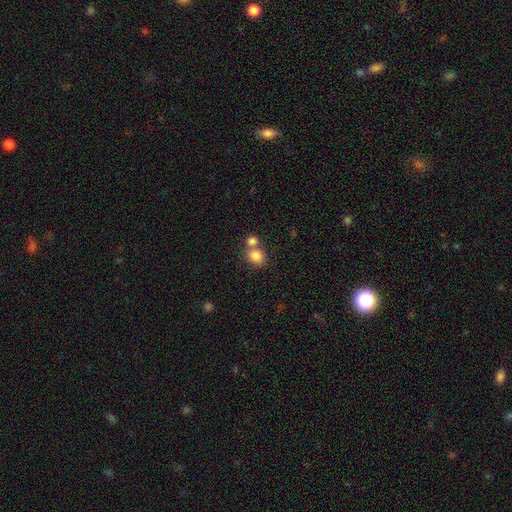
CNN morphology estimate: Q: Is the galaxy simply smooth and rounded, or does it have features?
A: smooth — 83%.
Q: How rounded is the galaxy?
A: round — 69%.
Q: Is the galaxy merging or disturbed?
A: none — 48%.